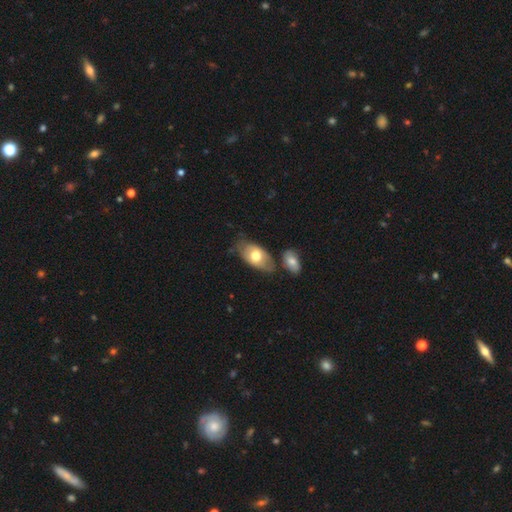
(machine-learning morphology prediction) Smooth or featured?
  - smooth: 64% *
  - featured or disk: 30%
  - star or artifact: 6%
How rounded?
  - in between: 92% *
  - round: 6%
  - cigar-shaped: 2%
Merging?
  - none: 59% *
  - minor disturbance: 22%
  - merger: 14%
  - major disturbance: 6%